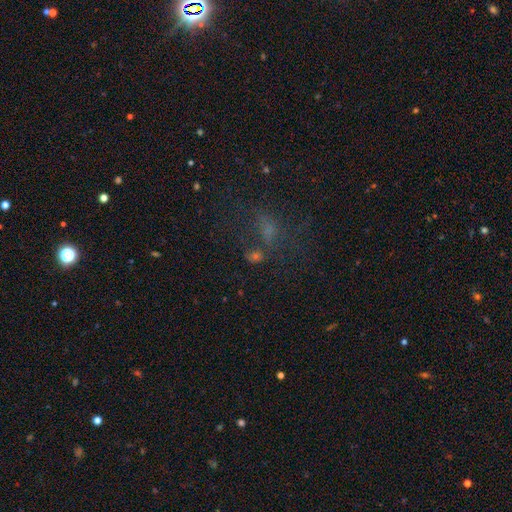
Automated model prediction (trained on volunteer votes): A smooth galaxy with no disk features (43%).

Vote fractions:
- Smooth or featured? smooth: 43% / star or artifact: 37% / featured or disk: 20%
- Merging? none: 41% / merger: 23% / major disturbance: 21% / minor disturbance: 15%